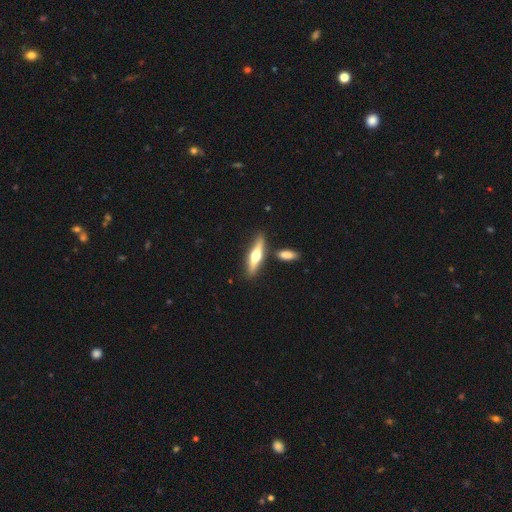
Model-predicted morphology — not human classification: The model was most divided on "smooth or featured": featured or disk: 58%, smooth: 37%, star or artifact: 5%. More confident: edge-on bulge — rounded (95%); edge-on disk — yes (93%); merging — none (78%).